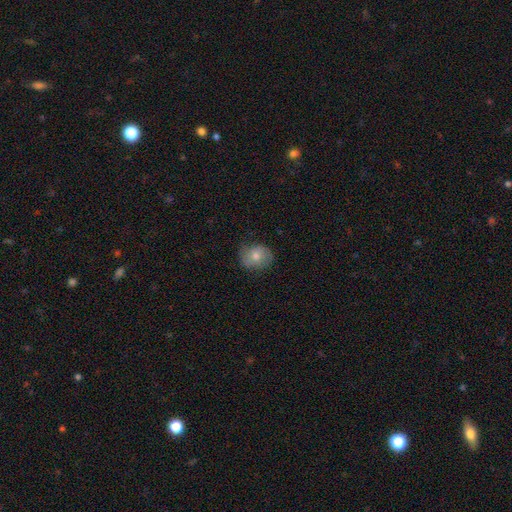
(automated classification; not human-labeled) Q: Smooth or featured?
A: smooth (62%); runner-up: featured or disk (28%)
Q: How rounded?
A: round (64%); runner-up: in between (35%)
Q: Merging?
A: none (74%); runner-up: minor disturbance (19%)